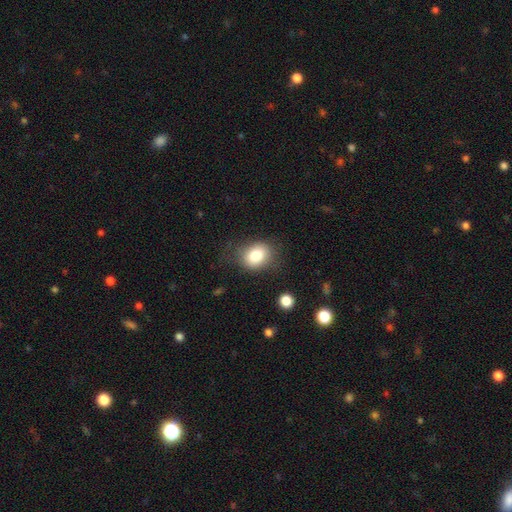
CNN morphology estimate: smooth-or-featured: smooth: 81% | featured or disk: 10% | star or artifact: 9%
  how-rounded: in between: 51% | round: 48% | cigar-shaped: 1%
  merging: none: 73% | minor disturbance: 18% | major disturbance: 7% | merger: 2%